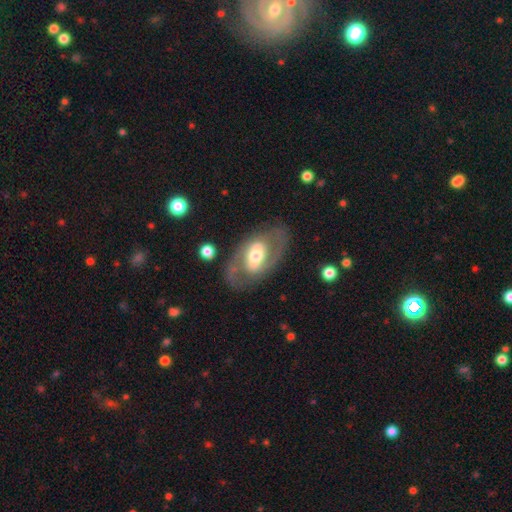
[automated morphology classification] This appears to be a featured or disk galaxy (70%) with a weak bar (36%), spiral arms (60%) and a moderate central bulge (61%). Merging: none (74%).